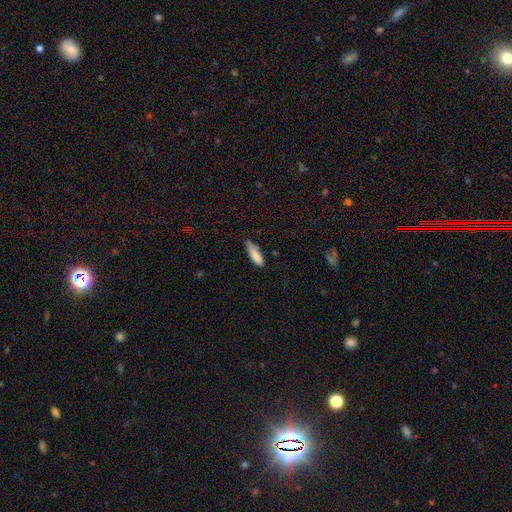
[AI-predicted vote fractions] Smooth or featured?
  - smooth: 84% *
  - featured or disk: 9%
  - star or artifact: 7%
How rounded?
  - in between: 51% *
  - cigar-shaped: 48%
  - round: 2%
Merging?
  - none: 68% *
  - minor disturbance: 26%
  - major disturbance: 4%
  - merger: 2%